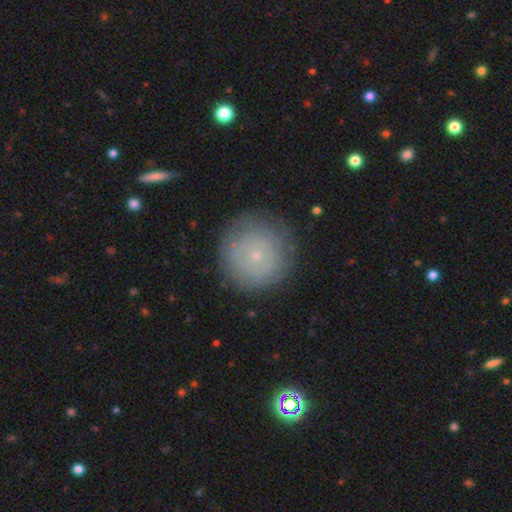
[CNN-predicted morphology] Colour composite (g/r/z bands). It shows a smooth galaxy with no disk features (54%) that is round (94%). Merging: none (83%).